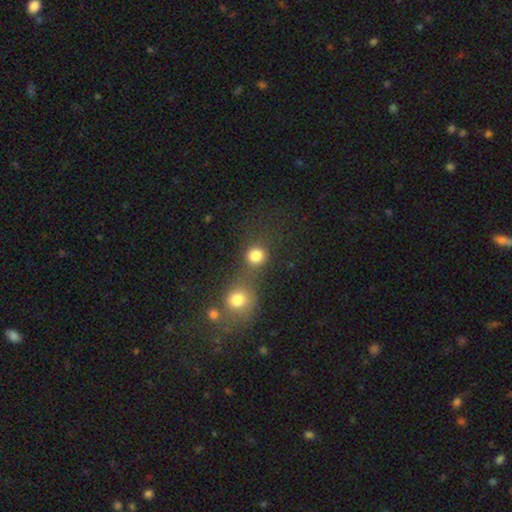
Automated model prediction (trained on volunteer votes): This appears to be a smooth galaxy with no disk features (82%) that is round (88%). Merging: none (54%).